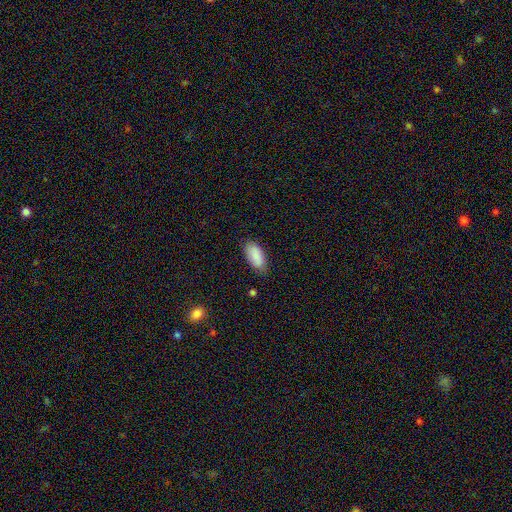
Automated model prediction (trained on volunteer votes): Smooth or featured? Predicted: smooth (p=0.89). How rounded? Predicted: in between (p=0.92). Merging? Predicted: none (p=0.78).